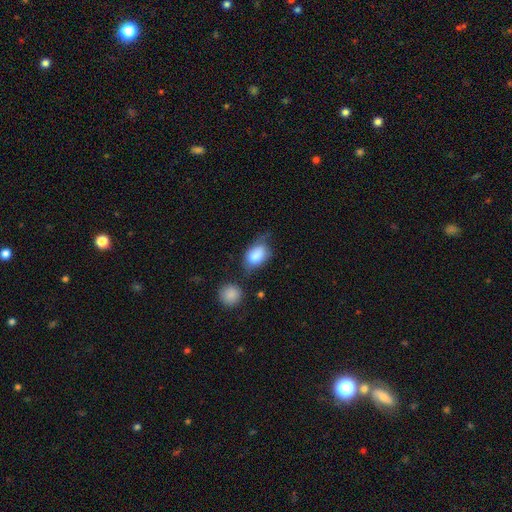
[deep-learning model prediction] smooth 80%, featured or disk 13%, star or artifact 7%. Down the decision tree: how rounded — in between (84%); merging — none (42%).